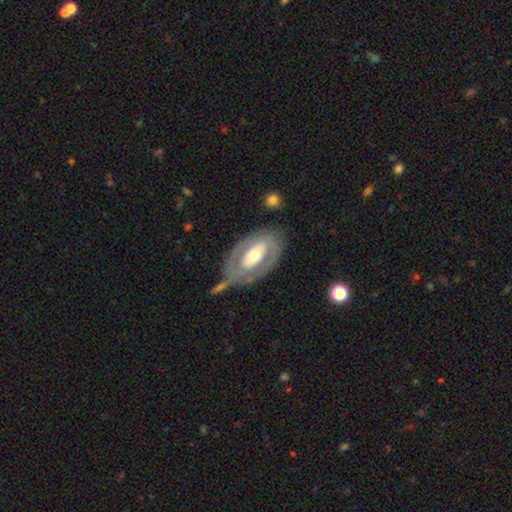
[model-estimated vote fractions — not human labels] This appears to be a featured or disk galaxy (74%) with no bar (38%), spiral arms (60%) and a moderate central bulge (65%). Merging: none (62%).